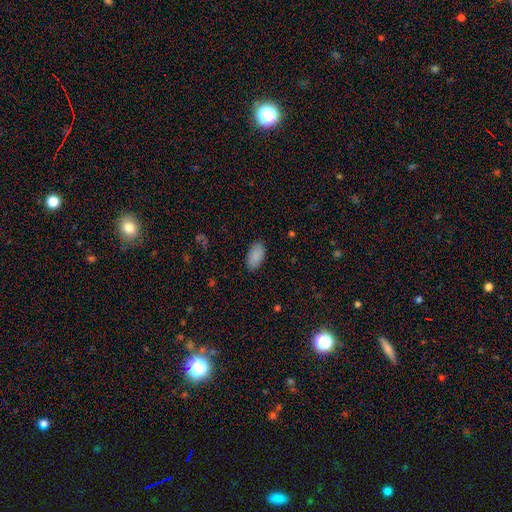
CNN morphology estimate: Overall: smooth (89%). How rounded: in between (95%). Merging: none (87%).